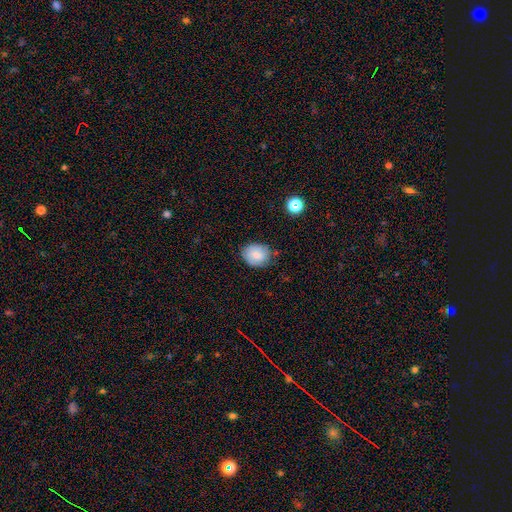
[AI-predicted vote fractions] The model was most divided on "how rounded": round: 56%, in between: 43%, cigar-shaped: 1%. More confident: smooth or featured — smooth (76%); merging — none (73%).